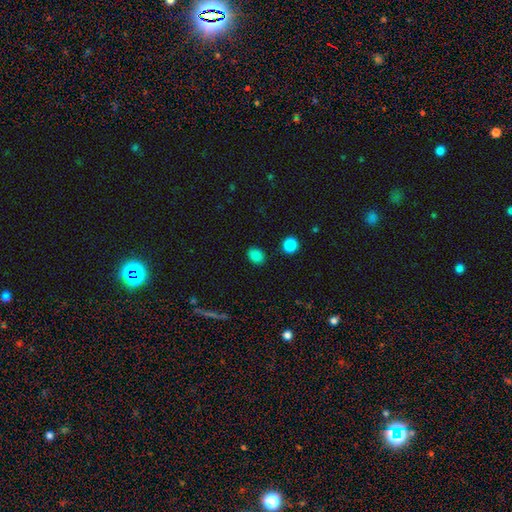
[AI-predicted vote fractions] Overall: smooth (84%). How rounded: in between (63%; round 36%). Merging: none (85%).